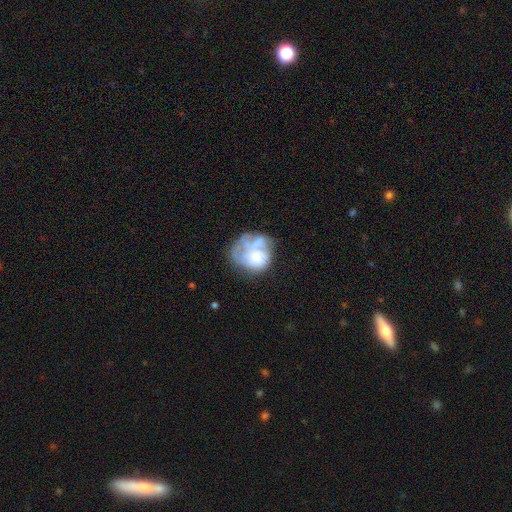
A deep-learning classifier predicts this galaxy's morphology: Smooth or featured?
  - featured or disk: 52% *
  - smooth: 39%
  - star or artifact: 10%
Edge-on disk?
  - no: 98% *
  - yes: 2%
Bar?
  - no: 86% *
  - weak: 11%
  - strong: 2%
Spiral arms?
  - no: 66% *
  - yes: 34%
Bulge size?
  - moderate: 33% *
  - small: 28%
  - none: 25%
  - large: 12%
  - dominant: 3%
Merging?
  - none: 38% *
  - major disturbance: 29%
  - minor disturbance: 23%
  - merger: 10%